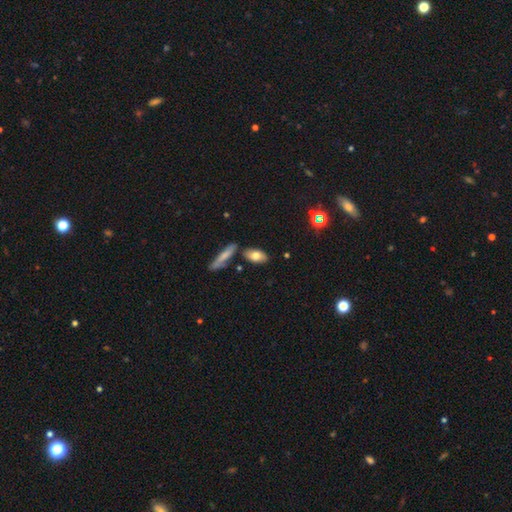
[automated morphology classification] This is likely a smooth galaxy (73%). How rounded: clearly in between (85%). Merging: likely none (77%).